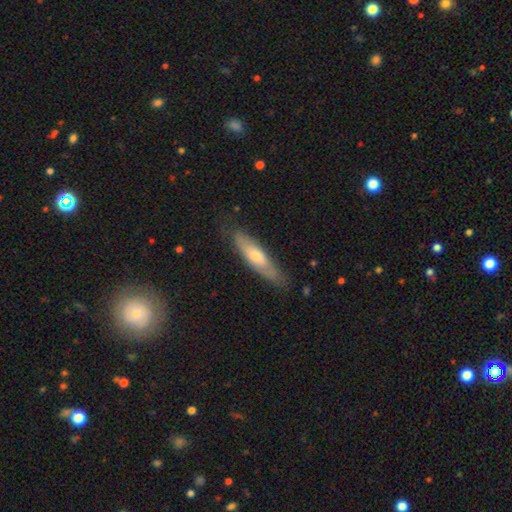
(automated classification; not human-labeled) Morphology: type=smooth (55%); roundness=cigar-shaped (76%); merging=none (78%).